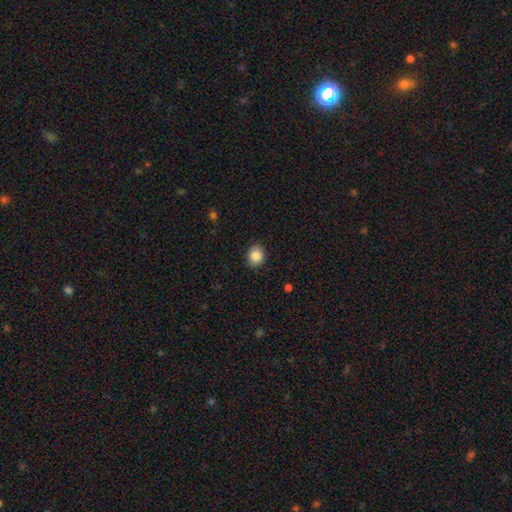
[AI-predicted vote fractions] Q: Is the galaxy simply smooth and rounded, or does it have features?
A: smooth — 86%.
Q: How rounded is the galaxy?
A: round — 60%.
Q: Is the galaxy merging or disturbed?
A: none — 90%.